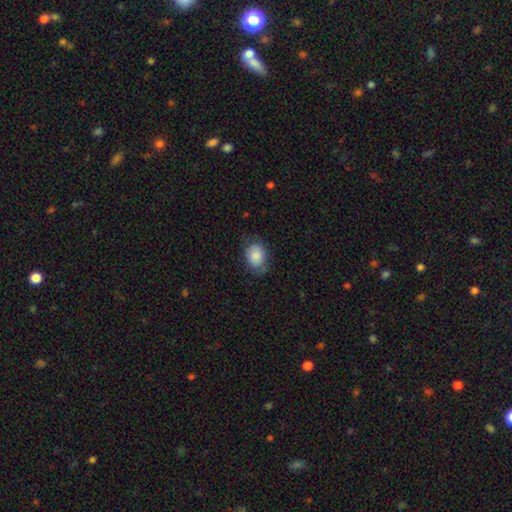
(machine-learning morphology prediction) This appears to be a smooth galaxy with no disk features (85%) that is in between round and cigar-shaped (61%). Merging: none (70%).